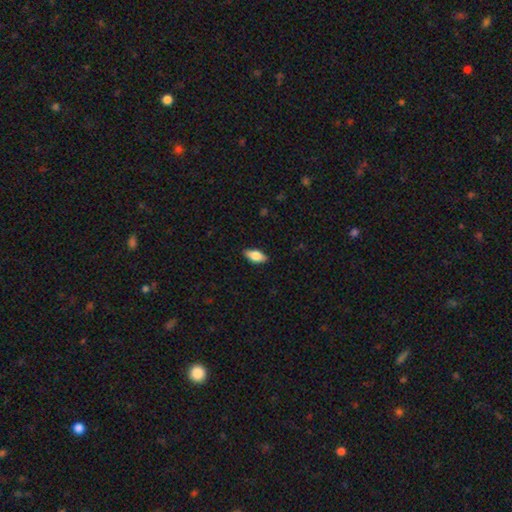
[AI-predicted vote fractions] Overall: smooth (75%). How rounded: in between (85%). Merging: none (86%).